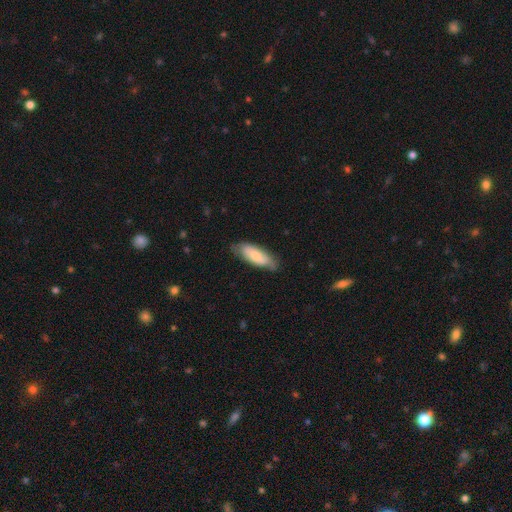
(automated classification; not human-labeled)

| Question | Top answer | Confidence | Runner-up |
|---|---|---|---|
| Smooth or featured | smooth | 65% | featured or disk (29%) |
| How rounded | in between | 69% | cigar-shaped (30%) |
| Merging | none | 69% | minor disturbance (25%) |